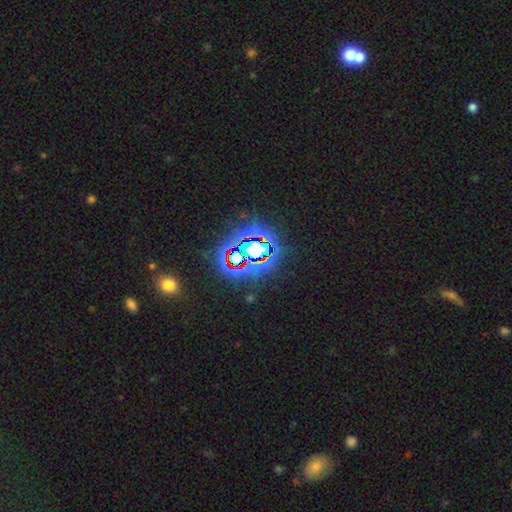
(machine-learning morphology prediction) A star or artifact, not a galaxy (82%).

Vote fractions:
- Smooth or featured? star or artifact: 82% / smooth: 11% / featured or disk: 8%